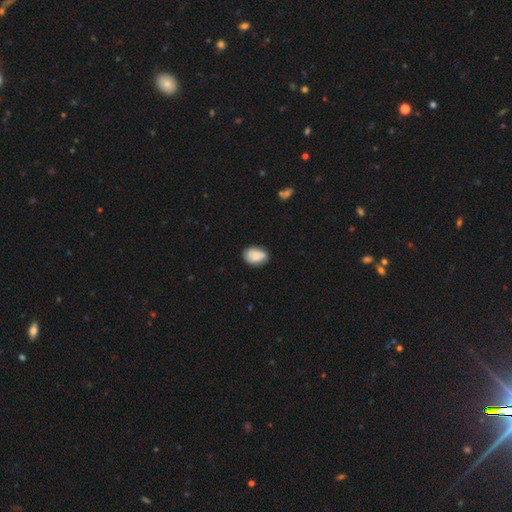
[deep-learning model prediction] This is likely a smooth galaxy (75%). How rounded: likely in between (78%). Merging: likely none (65%).